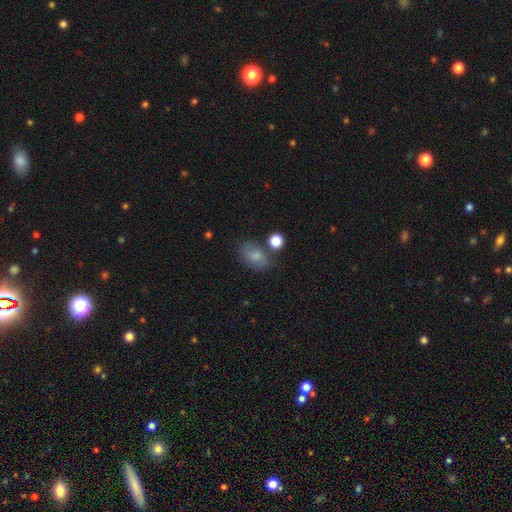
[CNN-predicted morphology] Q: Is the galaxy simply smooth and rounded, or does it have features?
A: smooth — 73%.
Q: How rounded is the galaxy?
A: in between — 76%.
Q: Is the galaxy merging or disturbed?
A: none — 59%.